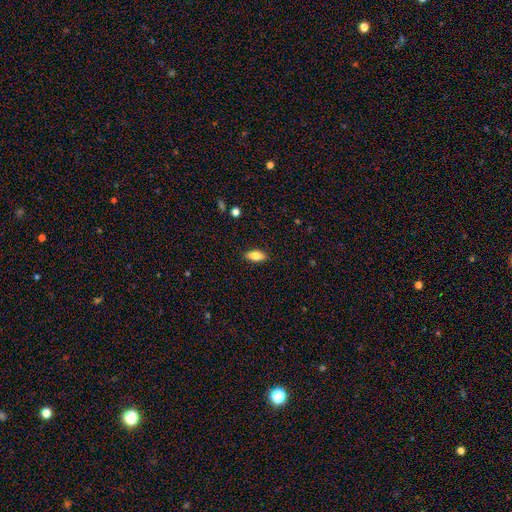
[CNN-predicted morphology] Smooth or featured?
  - smooth: 74% *
  - featured or disk: 19%
  - star or artifact: 7%
How rounded?
  - in between: 78% *
  - cigar-shaped: 19%
  - round: 3%
Merging?
  - none: 88% *
  - minor disturbance: 9%
  - major disturbance: 2%
  - merger: 1%